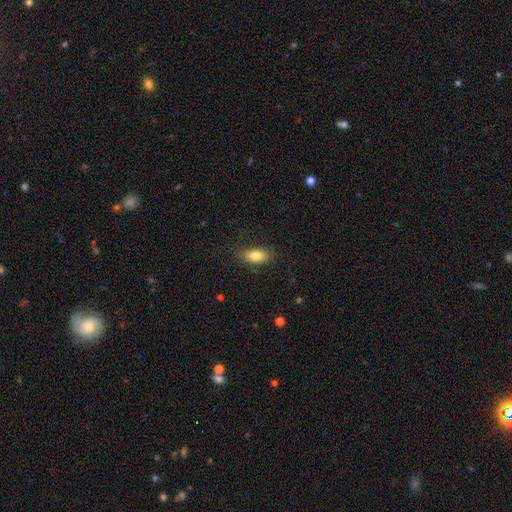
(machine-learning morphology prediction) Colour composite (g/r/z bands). It shows a smooth galaxy with no disk features (81%) that is in between round and cigar-shaped (88%). Merging: none (81%).